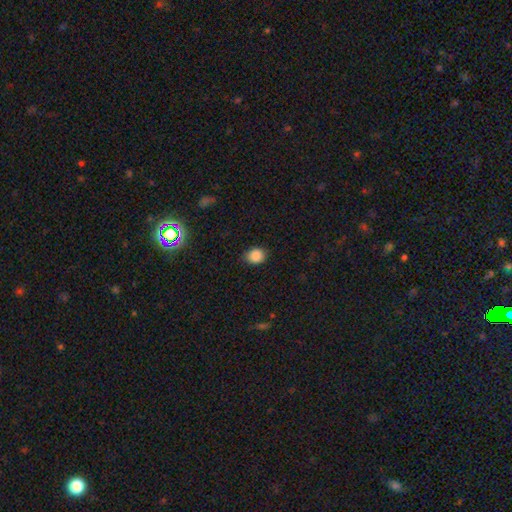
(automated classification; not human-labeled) smooth_or_featured: smooth (p=0.87) [alt: star or artifact p=0.10]
how_rounded: round (p=0.58) [alt: in between p=0.41]
merging: none (p=0.80) [alt: minor disturbance p=0.16]